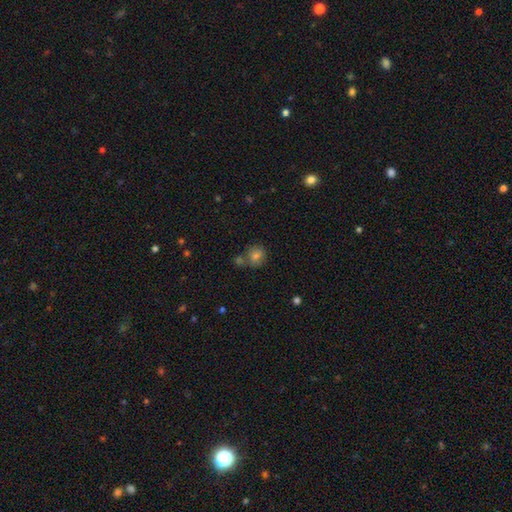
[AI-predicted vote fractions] A smooth galaxy with no disk features (75%) that is round (80%).

Vote fractions:
- Smooth or featured? smooth: 75% / star or artifact: 15% / featured or disk: 10%
- How rounded? round: 80% / in between: 19% / cigar-shaped: 1%
- Merging? none: 65% / merger: 19% / minor disturbance: 12% / major disturbance: 4%